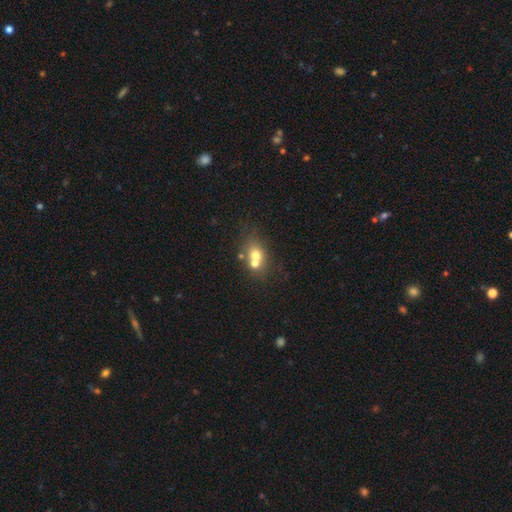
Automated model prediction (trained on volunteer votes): smooth-or-featured: smooth: 64% | featured or disk: 23% | star or artifact: 13%
  how-rounded: round: 57% | in between: 41% | cigar-shaped: 2%
  merging: merger: 52% | none: 36% | minor disturbance: 8% | major disturbance: 4%